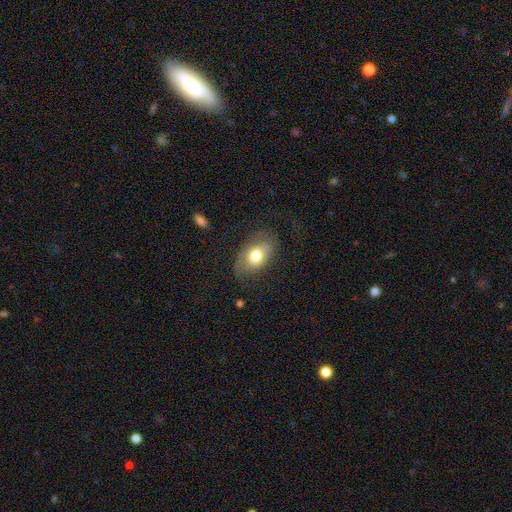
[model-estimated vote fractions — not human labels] Smooth or featured? Predicted: smooth (p=0.62). How rounded? Predicted: in between (p=0.86). Merging? Predicted: none (p=0.61).